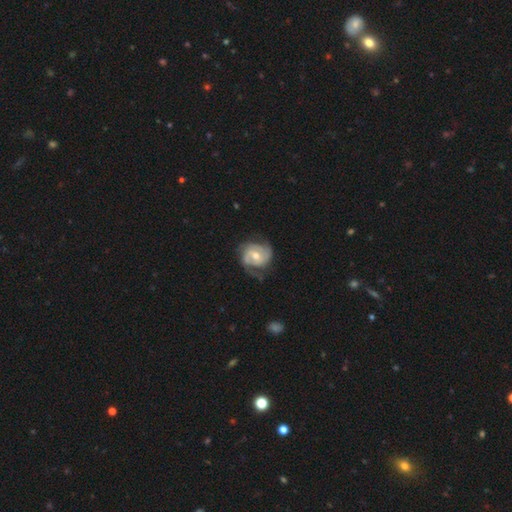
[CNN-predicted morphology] featured or disk 81%, smooth 14%, star or artifact 5%. Down the decision tree: edge-on disk — no (98%); bar — no (52%); spiral arms — yes (93%); spiral arm count — 2 (61%); spiral winding — tight (46%); bulge size — moderate (69%); merging — none (61%).